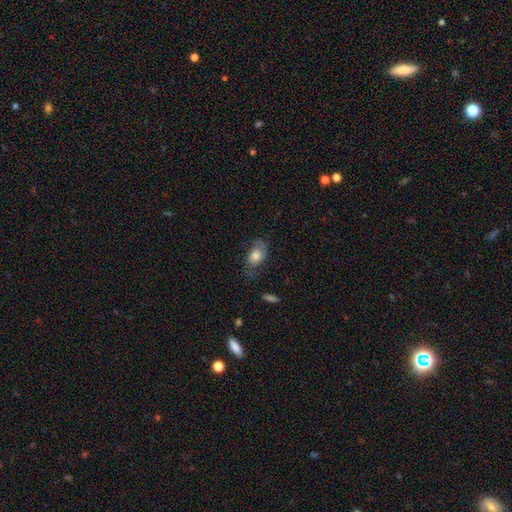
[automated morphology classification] The model was most divided on "merging": none: 58%, minor disturbance: 26%, major disturbance: 14%, merger: 2%. More confident: how rounded — in between (85%); smooth or featured — smooth (64%).